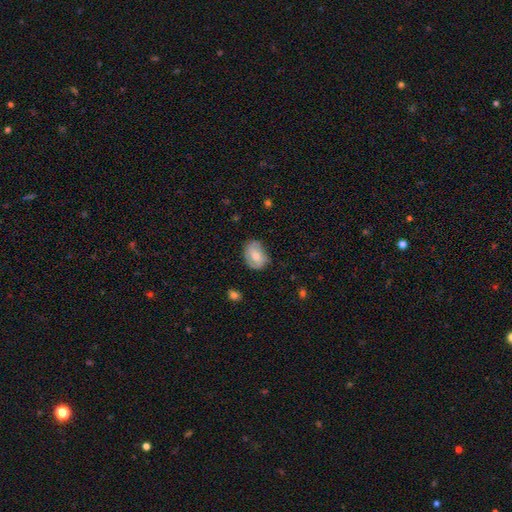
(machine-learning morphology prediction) Smooth or featured? smooth (53%)
How rounded? in between (74%)
Merging? none (66%)